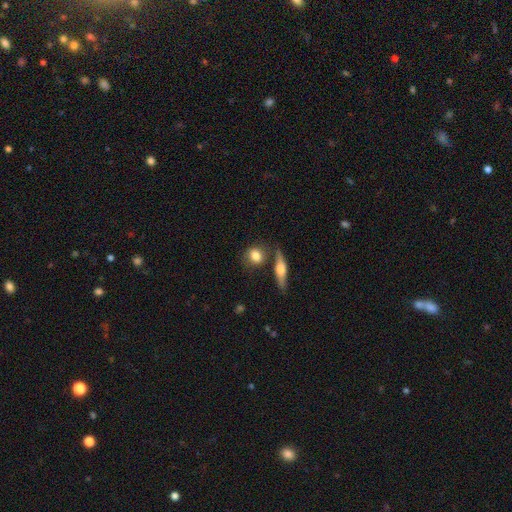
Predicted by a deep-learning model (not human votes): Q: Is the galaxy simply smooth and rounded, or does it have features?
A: smooth — 77%.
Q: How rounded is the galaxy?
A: round — 59%.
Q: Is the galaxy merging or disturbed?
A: none — 63%.